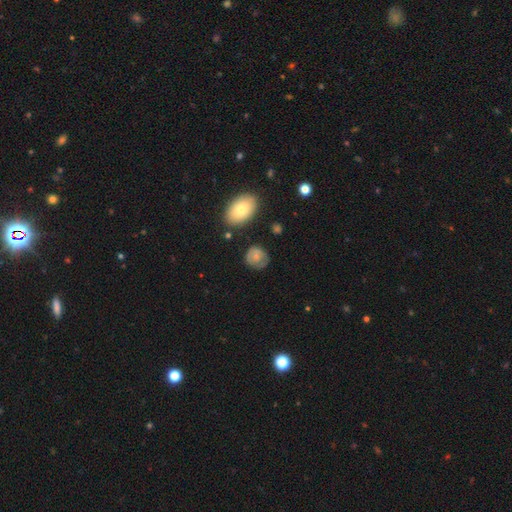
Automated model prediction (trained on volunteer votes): smooth_or_featured: smooth (p=0.63) [alt: featured or disk p=0.29]
how_rounded: round (p=0.73) [alt: in between p=0.26]
merging: none (p=0.70) [alt: minor disturbance p=0.20]